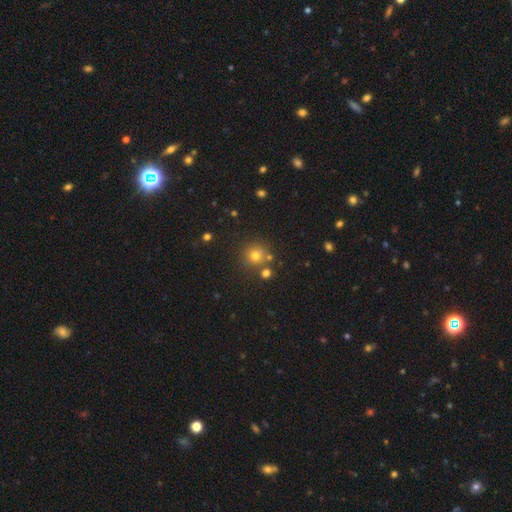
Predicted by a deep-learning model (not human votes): Smooth or featured? smooth (71%)
How rounded? round (91%)
Merging? none (75%)